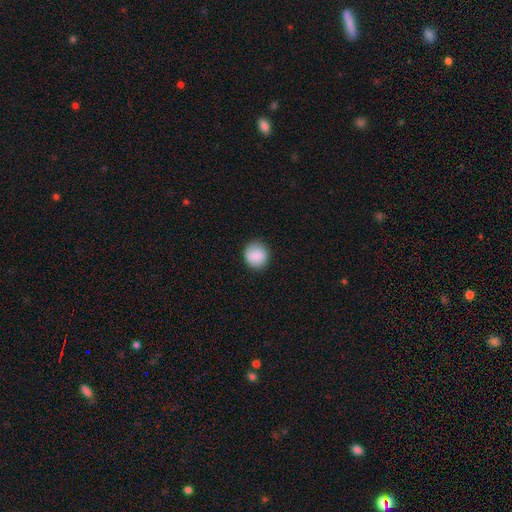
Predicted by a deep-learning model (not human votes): Morphology: type=smooth (88%); roundness=round (87%); merging=none (87%).